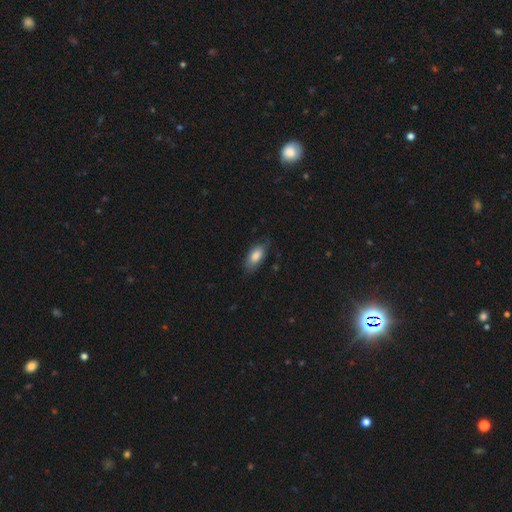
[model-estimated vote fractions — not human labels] smooth-or-featured: smooth: 81% | featured or disk: 13% | star or artifact: 6%
  how-rounded: in between: 88% | cigar-shaped: 9% | round: 3%
  merging: none: 73% | minor disturbance: 21% | major disturbance: 5% | merger: 1%